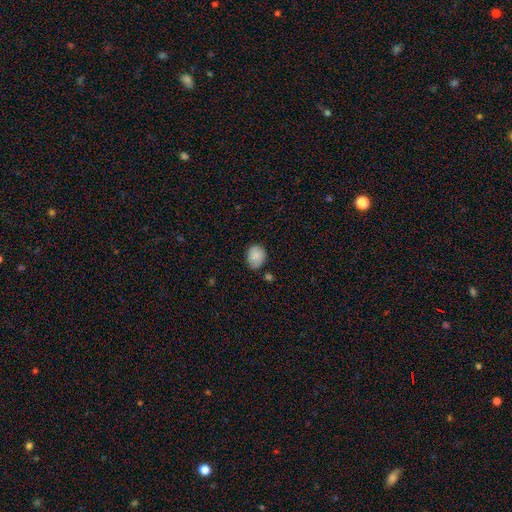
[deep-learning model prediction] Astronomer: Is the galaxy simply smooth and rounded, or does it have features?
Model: smooth — 84%.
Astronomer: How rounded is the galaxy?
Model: round — 56% (runner-up: in between, 43%).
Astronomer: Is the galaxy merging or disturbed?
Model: none — 67%.